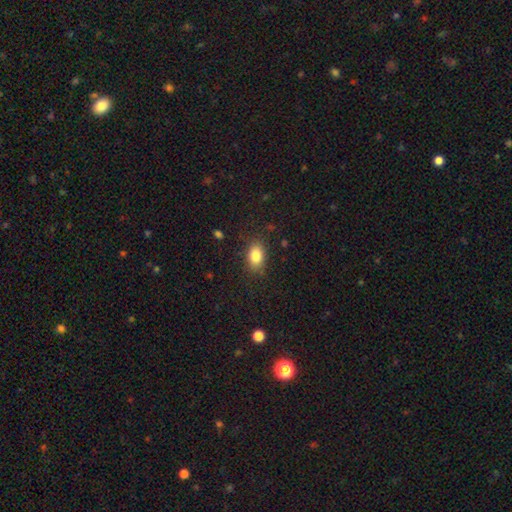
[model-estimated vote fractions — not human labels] Smooth or featured?
  - smooth: 84% *
  - star or artifact: 9%
  - featured or disk: 7%
How rounded?
  - in between: 84% *
  - round: 14%
  - cigar-shaped: 2%
Merging?
  - none: 84% *
  - minor disturbance: 11%
  - major disturbance: 3%
  - merger: 1%